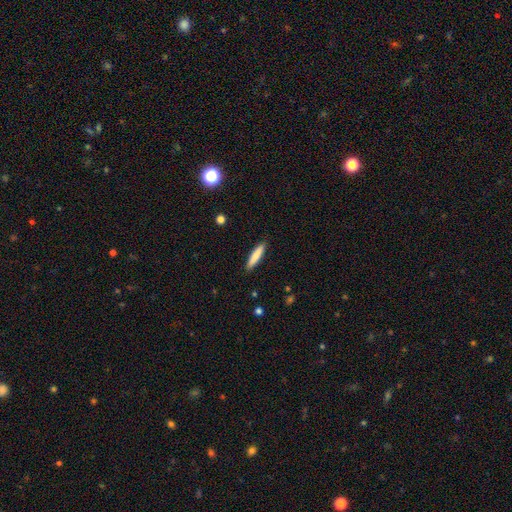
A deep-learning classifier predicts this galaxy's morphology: This is clearly a smooth galaxy (81%). How rounded: clearly cigar-shaped (87%). Merging: clearly none (90%).